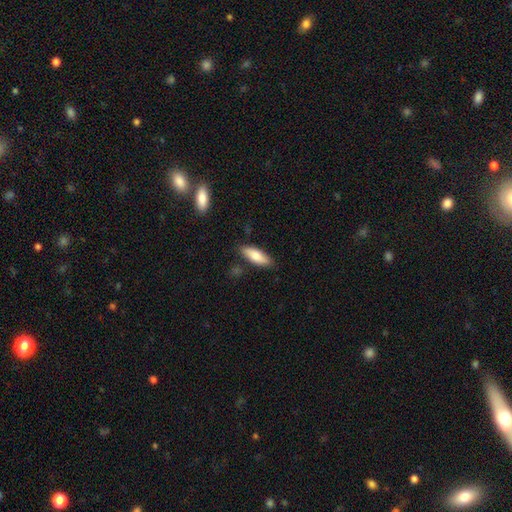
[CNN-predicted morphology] type=smooth (79%); roundness=in between (61%); merging=none (82%).